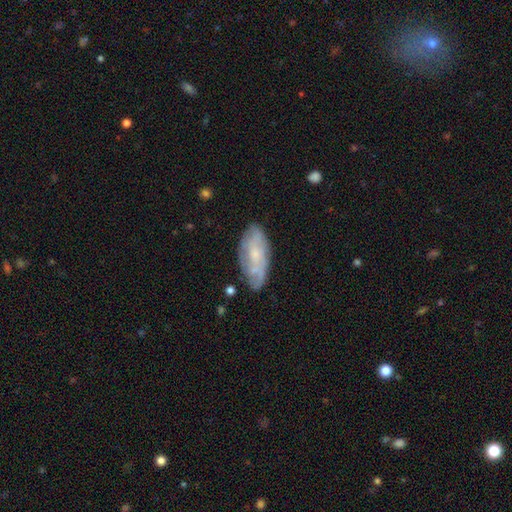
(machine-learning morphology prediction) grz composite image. It shows a featured or disk galaxy (56%) with no bar (76%), spiral arms (74%) and a small central bulge (55%). Merging: none (71%).